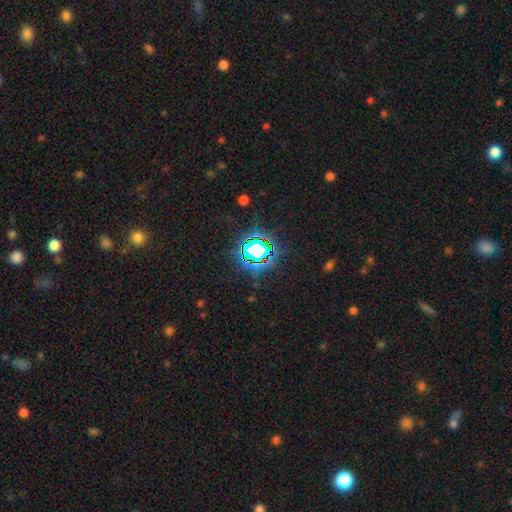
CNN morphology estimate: A star or artifact, not a galaxy (80%).

Vote fractions:
- Smooth or featured? star or artifact: 80% / smooth: 13% / featured or disk: 7%